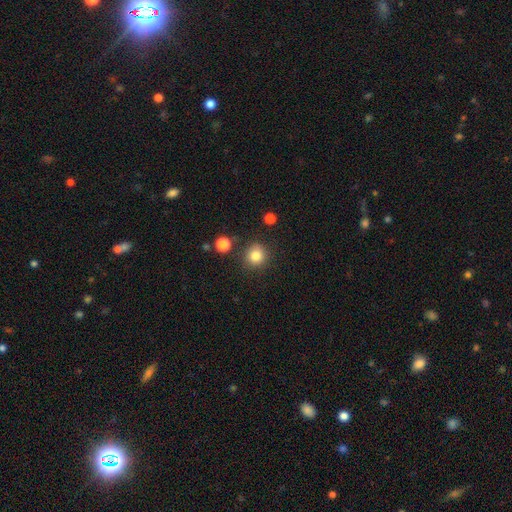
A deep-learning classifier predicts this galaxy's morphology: A smooth galaxy with no disk features (83%) that is round (89%).

Vote fractions:
- Smooth or featured? smooth: 83% / star or artifact: 11% / featured or disk: 6%
- How rounded? round: 89% / in between: 10% / cigar-shaped: 1%
- Merging? none: 83% / minor disturbance: 10% / merger: 4% / major disturbance: 3%